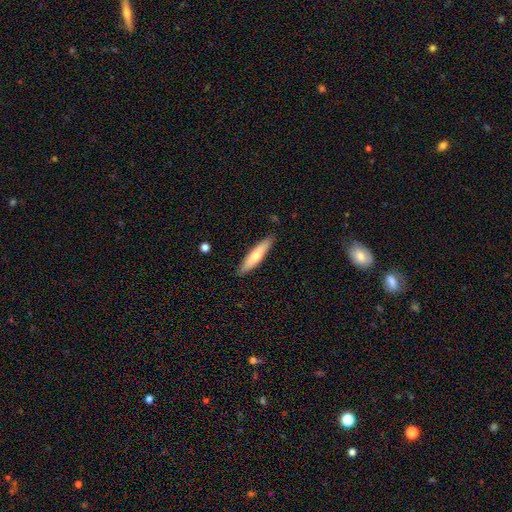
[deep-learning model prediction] A smooth galaxy with no disk features (67%) that is cigar-shaped (86%).

Vote fractions:
- Smooth or featured? smooth: 67% / featured or disk: 28% / star or artifact: 5%
- How rounded? cigar-shaped: 86% / in between: 13% / round: 1%
- Merging? none: 88% / minor disturbance: 9% / major disturbance: 2% / merger: 1%